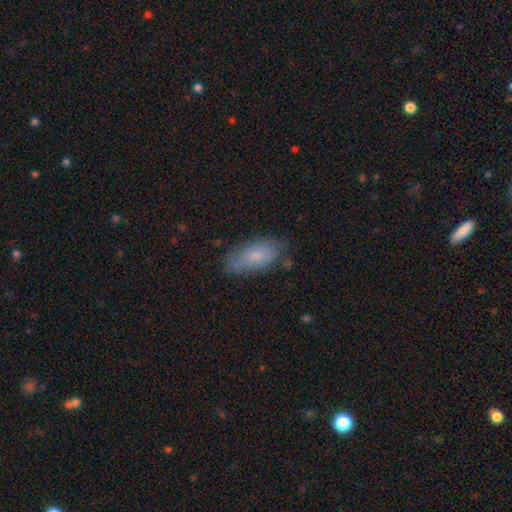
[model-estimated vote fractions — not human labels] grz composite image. It shows a smooth galaxy with no disk features (69%) that is in between round and cigar-shaped (87%). Merging: none (66%).